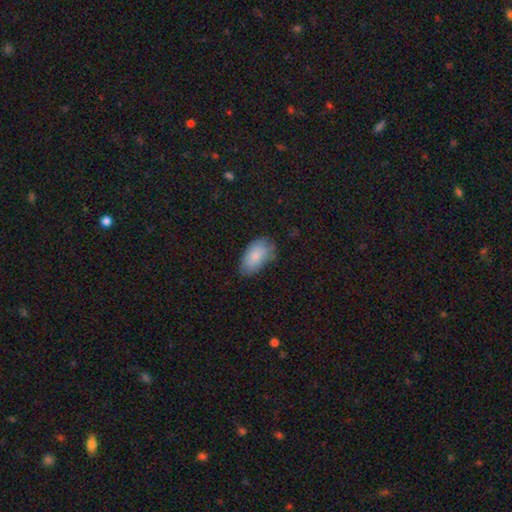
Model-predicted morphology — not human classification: Smooth or featured? smooth (82%)
How rounded? in between (94%)
Merging? none (66%)